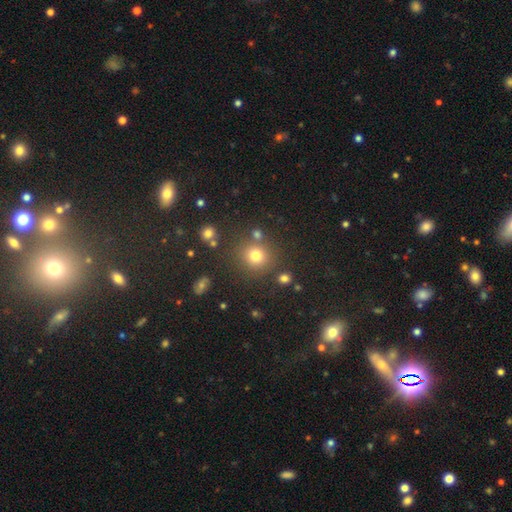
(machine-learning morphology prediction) Smooth or featured: smooth — 76% (star or artifact — 16%)
How rounded: round — 90% (in between — 9%)
Merging: none — 80% (minor disturbance — 9%)